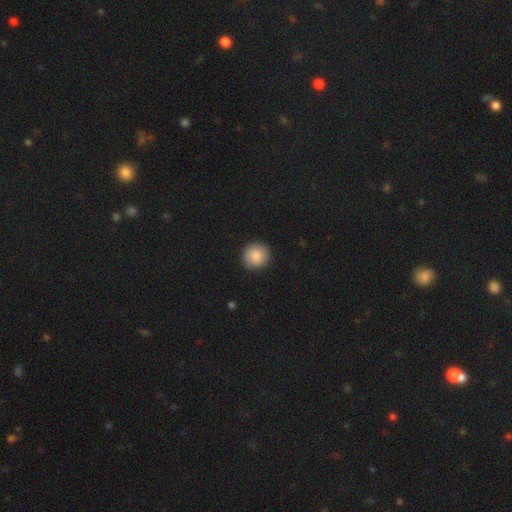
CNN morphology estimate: smooth-or-featured: smooth: 88% | star or artifact: 8% | featured or disk: 5%
  how-rounded: round: 89% | in between: 10% | cigar-shaped: 1%
  merging: none: 90% | minor disturbance: 7% | major disturbance: 2% | merger: 1%